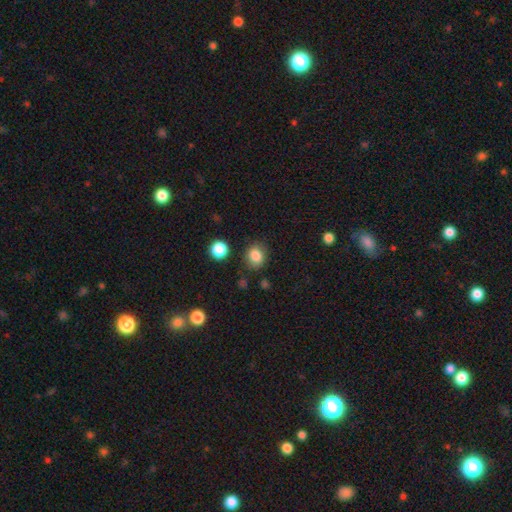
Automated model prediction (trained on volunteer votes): Q: Smooth or featured?
A: smooth (84%); runner-up: star or artifact (10%)
Q: How rounded?
A: round (62%); runner-up: in between (37%)
Q: Merging?
A: none (79%); runner-up: minor disturbance (14%)